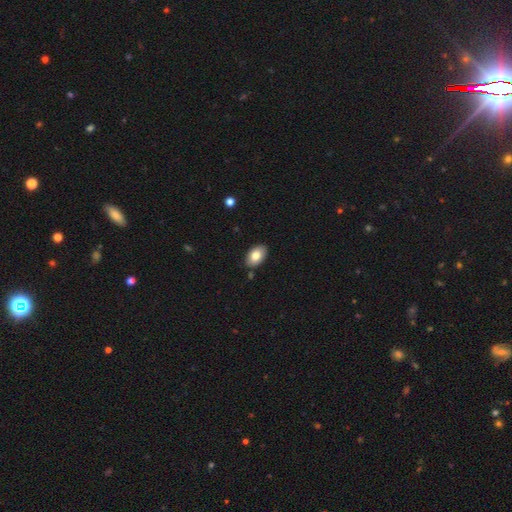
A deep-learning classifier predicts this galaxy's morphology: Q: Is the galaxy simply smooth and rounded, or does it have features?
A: smooth — 80%.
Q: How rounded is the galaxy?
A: in between — 91%.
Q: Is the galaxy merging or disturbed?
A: none — 86%.